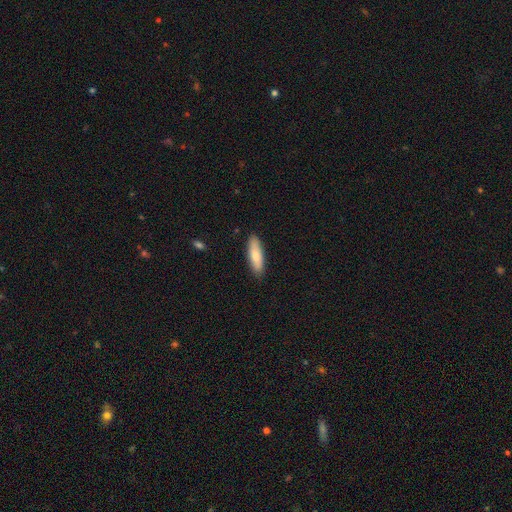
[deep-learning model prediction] smooth 76%, featured or disk 18%, star or artifact 6%. Down the decision tree: how rounded — cigar-shaped (54%); merging — none (88%).